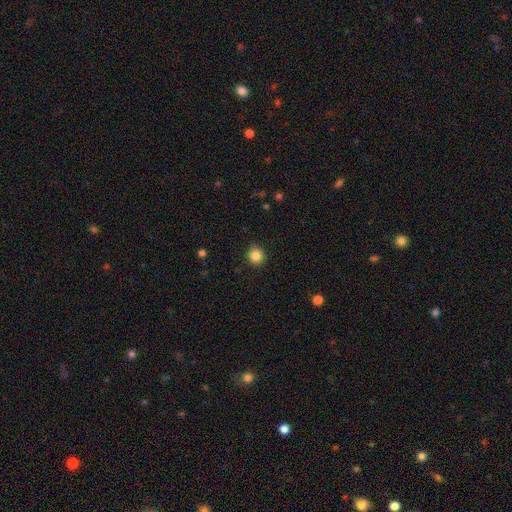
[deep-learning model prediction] smooth-or-featured: smooth: 85% | star or artifact: 10% | featured or disk: 4%
  how-rounded: round: 86% | in between: 13% | cigar-shaped: 1%
  merging: none: 86% | minor disturbance: 11% | major disturbance: 2% | merger: 1%